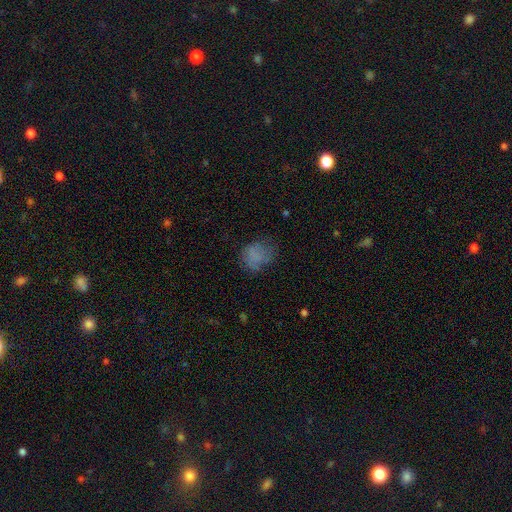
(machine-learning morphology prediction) Q: Smooth or featured?
A: smooth (72%); runner-up: featured or disk (16%)
Q: How rounded?
A: round (59%); runner-up: in between (40%)
Q: Merging?
A: none (54%); runner-up: minor disturbance (26%)